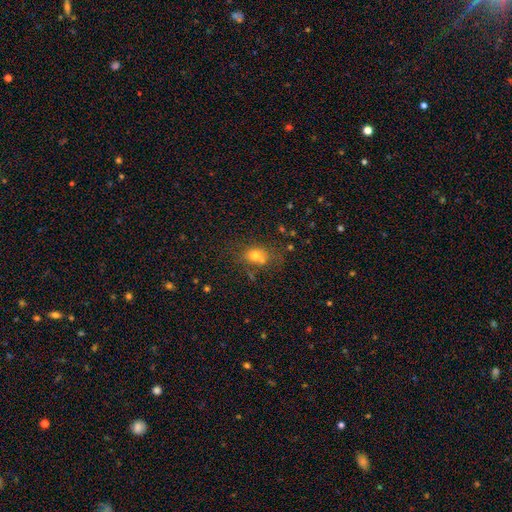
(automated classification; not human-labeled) Smooth or featured?
  - smooth: 72% *
  - star or artifact: 16%
  - featured or disk: 12%
How rounded?
  - round: 49% * (tied)
  - in between: 49% * (tied)
  - cigar-shaped: 2%
Merging?
  - none: 59% *
  - minor disturbance: 17%
  - merger: 17%
  - major disturbance: 7%